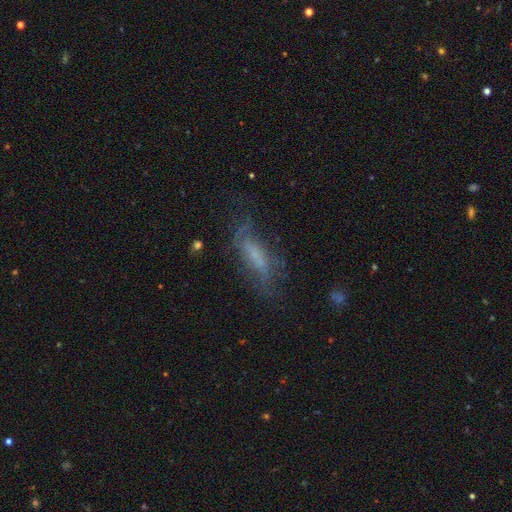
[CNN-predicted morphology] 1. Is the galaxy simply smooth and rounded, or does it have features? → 46% featured or disk, 41% smooth, 13% star or artifact.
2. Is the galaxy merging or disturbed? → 52% none, 24% minor disturbance, 21% major disturbance, 3% merger.